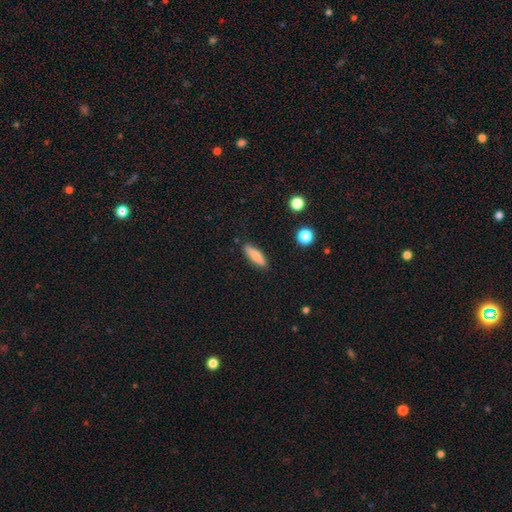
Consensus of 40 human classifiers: Volunteers were most divided on "how rounded": cigar-shaped: 59%, in between: 34%, round: 6%. More confident: merging — none (92%); smooth or featured — smooth (80%).